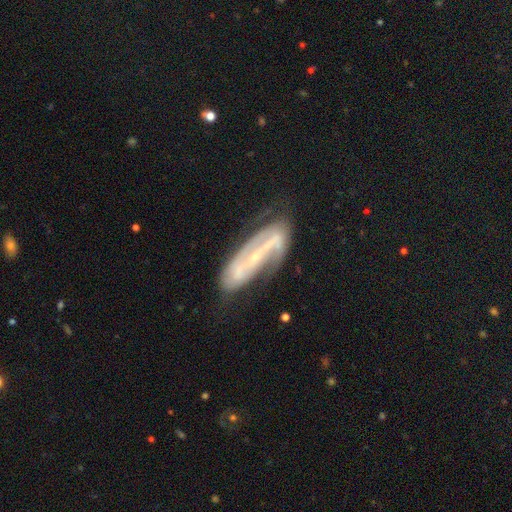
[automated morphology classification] smooth-or-featured: featured or disk: 83% | smooth: 10% | star or artifact: 7%
  disk-edge-on: no: 84% | yes: 16%
    bar: strong: 53% | weak: 26% | no: 21%
    has-spiral-arms: yes: 89% | no: 11%
      spiral-winding: medium: 42% | tight: 32% | loose: 26%
      spiral-arm-count: 2: 77% | can't tell: 12% | 1: 5% | 3: 3% | 4: 2% | more than 4: 2%
    bulge-size: small: 78% | moderate: 14% | none: 6% | large: 1% | dominant: 1%
  merging: none: 65% | minor disturbance: 21% | major disturbance: 11% | merger: 3%